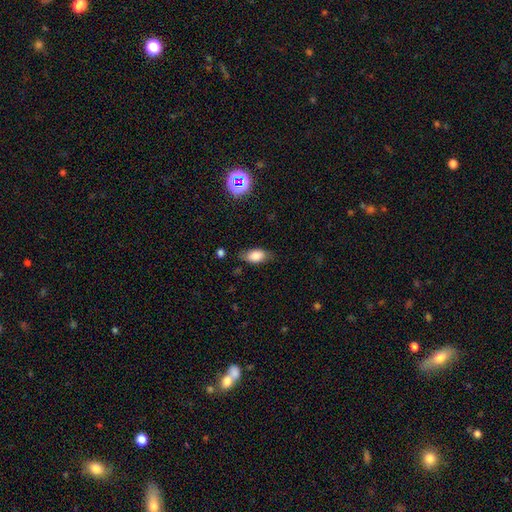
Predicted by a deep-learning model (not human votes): This appears to be a smooth galaxy with no disk features (79%) that is in between round and cigar-shaped (87%). Merging: none (76%).